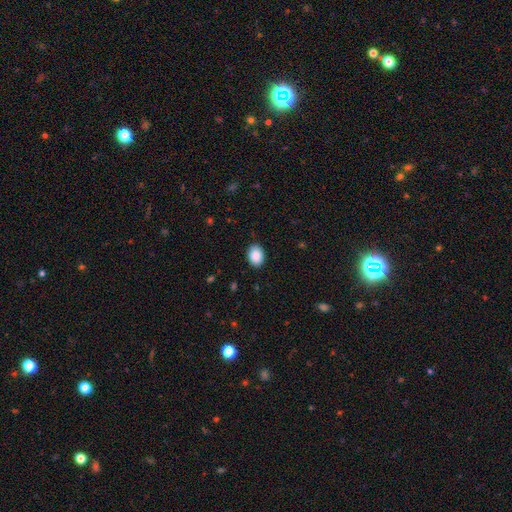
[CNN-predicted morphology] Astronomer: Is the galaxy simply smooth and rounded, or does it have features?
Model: smooth — 89%.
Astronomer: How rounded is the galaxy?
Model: in between — 75%.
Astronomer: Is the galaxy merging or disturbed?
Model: none — 89%.